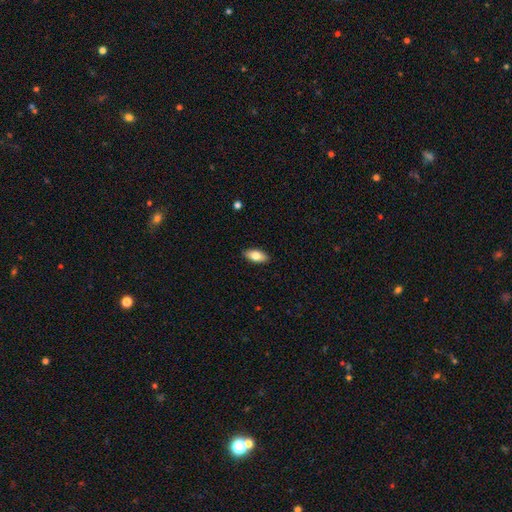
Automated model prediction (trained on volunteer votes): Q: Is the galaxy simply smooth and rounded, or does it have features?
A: smooth — 78%.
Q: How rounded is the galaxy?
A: in between — 89%.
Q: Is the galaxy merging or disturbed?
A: none — 89%.